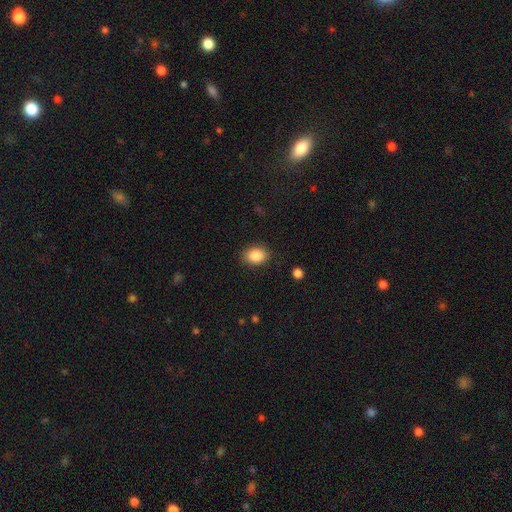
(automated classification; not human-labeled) smooth_or_featured: smooth (p=0.87) [alt: star or artifact p=0.08]
how_rounded: in between (p=0.67) [alt: round p=0.32]
merging: none (p=0.86) [alt: minor disturbance p=0.10]